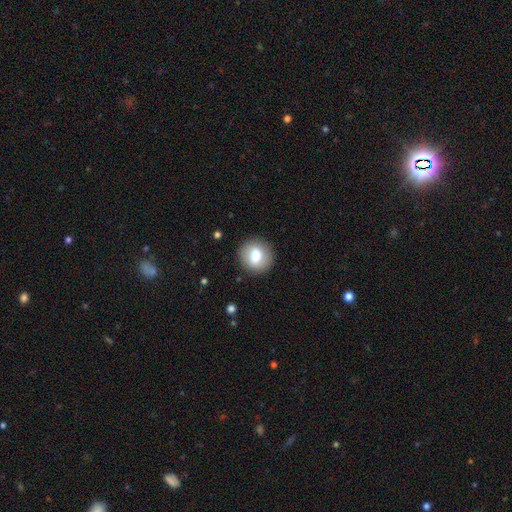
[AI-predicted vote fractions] Overall: smooth (73%). How rounded: round (84%). Merging: none (87%).